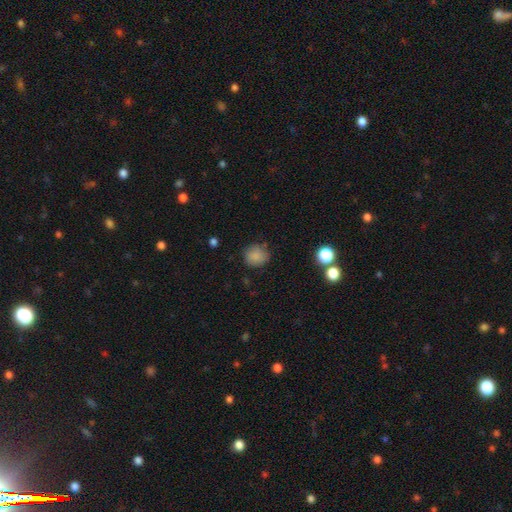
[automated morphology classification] Q: Smooth or featured?
A: smooth (84%); runner-up: star or artifact (10%)
Q: How rounded?
A: round (84%); runner-up: in between (15%)
Q: Merging?
A: none (79%); runner-up: minor disturbance (15%)